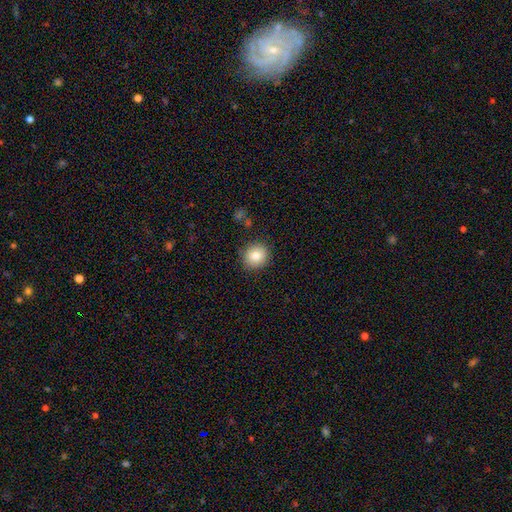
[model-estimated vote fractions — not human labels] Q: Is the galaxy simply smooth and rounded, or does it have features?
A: smooth — 83%.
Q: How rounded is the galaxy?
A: round — 86%.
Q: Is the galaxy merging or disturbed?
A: none — 87%.